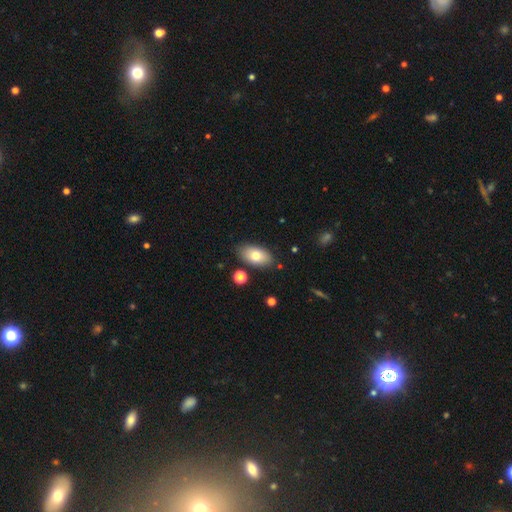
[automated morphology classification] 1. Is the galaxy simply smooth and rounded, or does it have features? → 76% smooth, 17% featured or disk, 7% star or artifact.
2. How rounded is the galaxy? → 93% in between, 5% round, 3% cigar-shaped.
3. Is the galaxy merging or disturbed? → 84% none, 11% minor disturbance, 3% merger, 2% major disturbance.